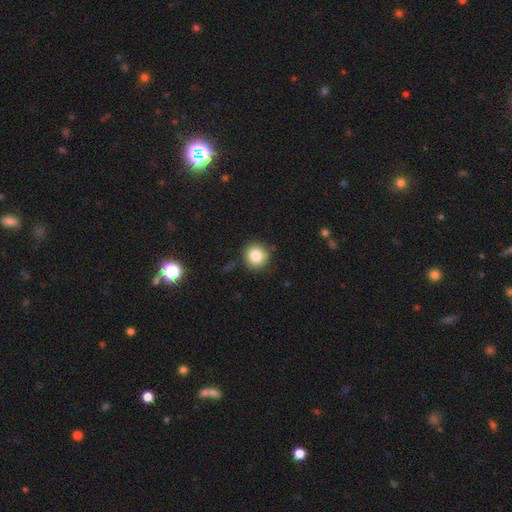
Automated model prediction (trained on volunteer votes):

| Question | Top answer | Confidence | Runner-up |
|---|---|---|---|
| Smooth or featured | smooth | 81% | star or artifact (11%) |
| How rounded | round | 93% | in between (6%) |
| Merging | none | 86% | minor disturbance (9%) |